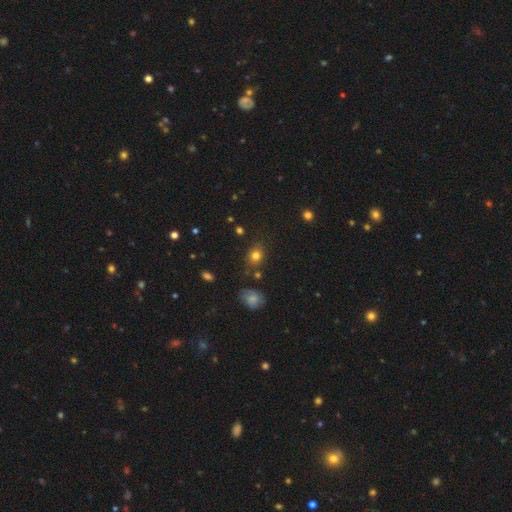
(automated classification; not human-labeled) Smooth or featured?
  - smooth: 78% *
  - star or artifact: 14%
  - featured or disk: 8%
How rounded?
  - round: 61% *
  - in between: 38%
  - cigar-shaped: 1%
Merging?
  - none: 77% *
  - minor disturbance: 14%
  - merger: 5%
  - major disturbance: 4%